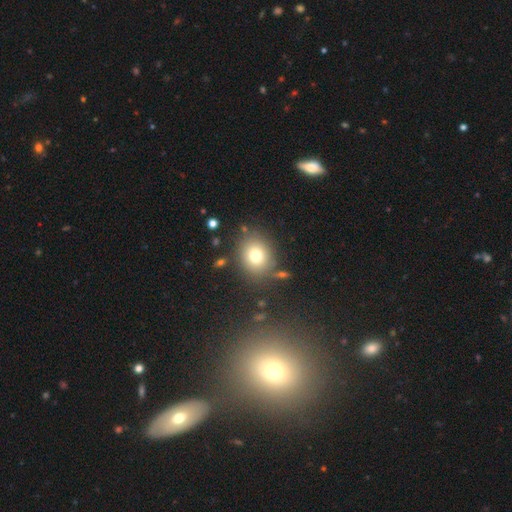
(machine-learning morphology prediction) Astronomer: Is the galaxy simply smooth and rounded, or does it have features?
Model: smooth — 76%.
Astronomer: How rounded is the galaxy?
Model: round — 68%.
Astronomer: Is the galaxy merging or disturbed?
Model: none — 79%.